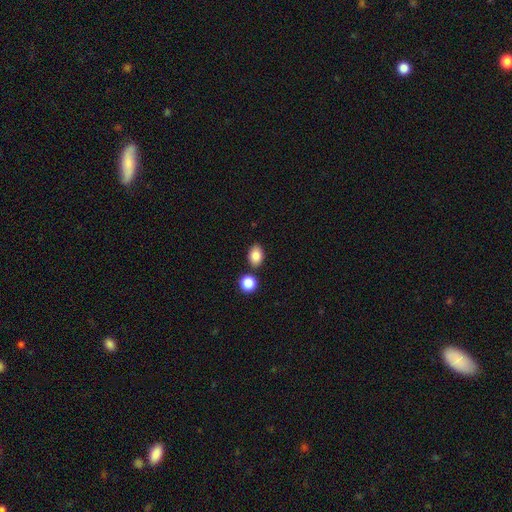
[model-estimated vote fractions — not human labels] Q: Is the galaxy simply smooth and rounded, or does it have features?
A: smooth — 84%.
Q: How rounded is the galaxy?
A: in between — 75%.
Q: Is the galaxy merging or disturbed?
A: none — 79%.